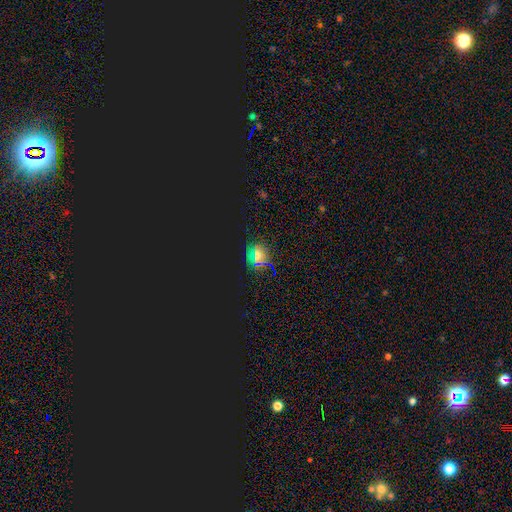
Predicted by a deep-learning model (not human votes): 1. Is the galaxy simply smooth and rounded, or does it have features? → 56% star or artifact, 34% smooth, 10% featured or disk.